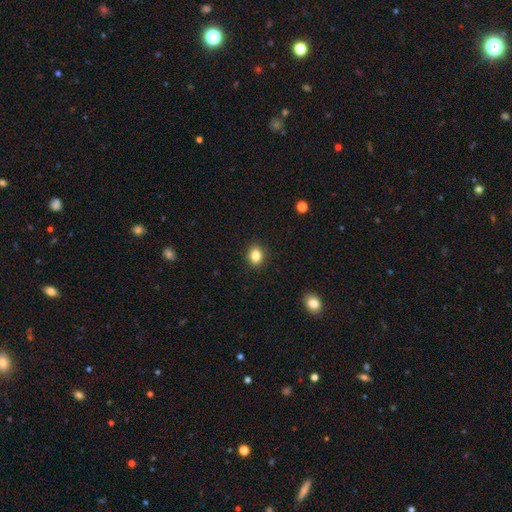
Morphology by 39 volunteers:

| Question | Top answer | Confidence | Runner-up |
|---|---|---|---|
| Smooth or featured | smooth | 90% | star or artifact (8%) |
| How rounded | in between | 60% | round (40%) |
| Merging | none | 86% | minor disturbance (11%) |